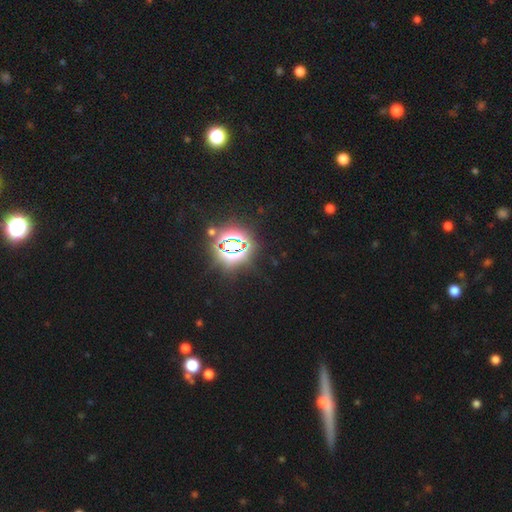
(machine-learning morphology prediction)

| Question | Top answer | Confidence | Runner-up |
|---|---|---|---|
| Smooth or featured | star or artifact | 78% | smooth (12%) |